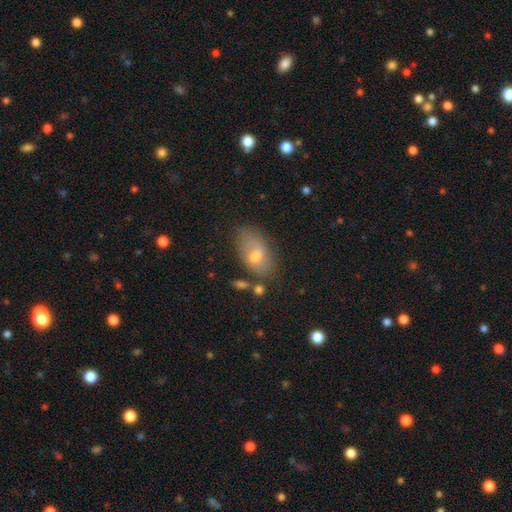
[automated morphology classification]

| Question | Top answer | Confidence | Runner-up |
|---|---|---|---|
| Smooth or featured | smooth | 62% | featured or disk (28%) |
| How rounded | in between | 91% | round (7%) |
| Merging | none | 59% | minor disturbance (26%) |